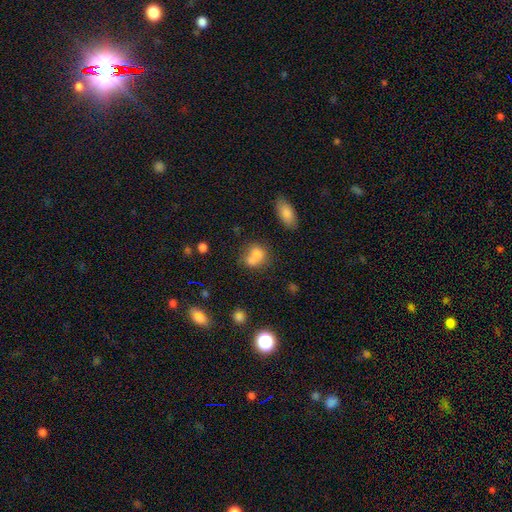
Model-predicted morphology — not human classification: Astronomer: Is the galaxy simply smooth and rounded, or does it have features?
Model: smooth — 74%.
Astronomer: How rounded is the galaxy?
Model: round — 58% (runner-up: in between, 40%).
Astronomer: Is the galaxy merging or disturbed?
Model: merger — 54% (runner-up: none, 30%).